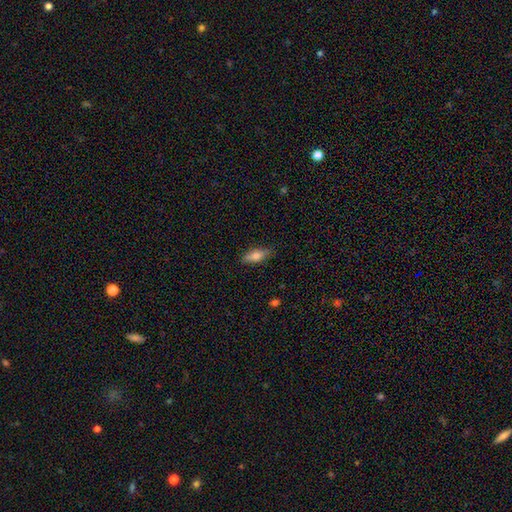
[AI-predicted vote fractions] Smooth or featured: smooth — 67% (featured or disk — 25%)
How rounded: in between — 60% (cigar-shaped — 37%)
Merging: none — 83% (minor disturbance — 13%)